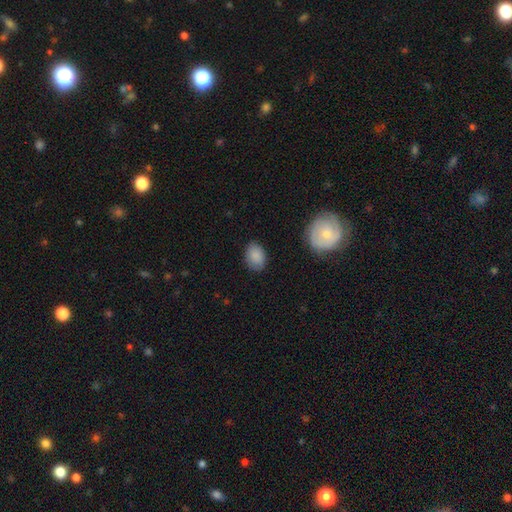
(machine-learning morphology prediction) Smooth or featured: smooth — 87% (star or artifact — 8%)
How rounded: in between — 79% (round — 20%)
Merging: none — 82% (minor disturbance — 13%)